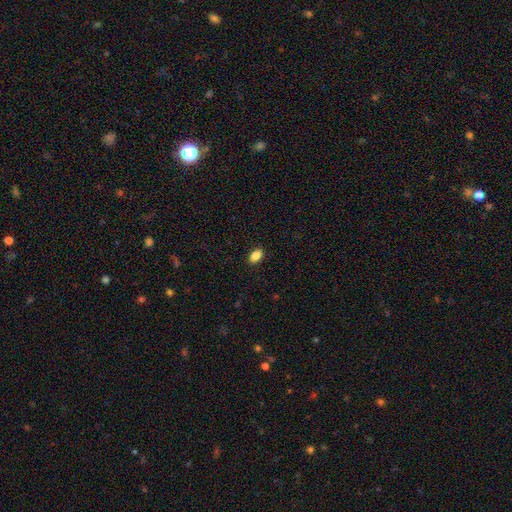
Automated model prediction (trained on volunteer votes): smooth_or_featured: smooth (p=0.87) [alt: star or artifact p=0.09]
how_rounded: in between (p=0.87) [alt: round p=0.11]
merging: none (p=0.89) [alt: minor disturbance p=0.08]